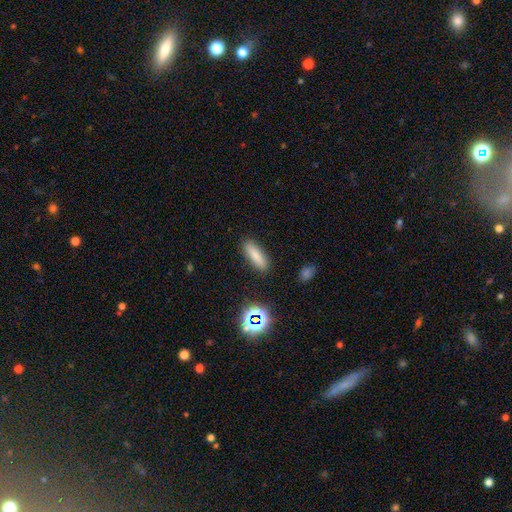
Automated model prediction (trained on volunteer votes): This appears to be a smooth galaxy with no disk features (79%) that is cigar-shaped (54%). Merging: none (88%).